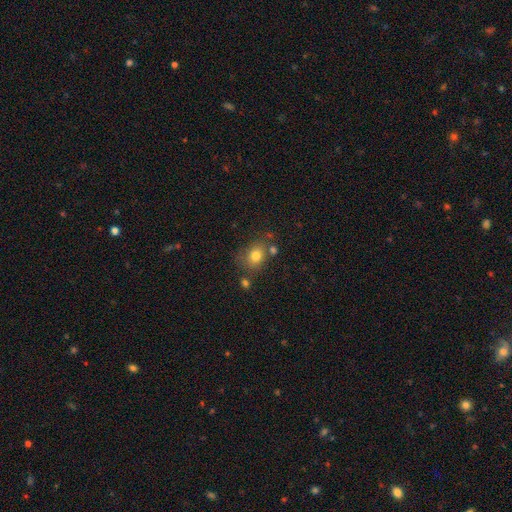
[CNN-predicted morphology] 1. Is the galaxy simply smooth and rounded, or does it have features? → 78% smooth, 11% star or artifact, 11% featured or disk.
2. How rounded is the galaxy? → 51% in between, 47% round, 1% cigar-shaped.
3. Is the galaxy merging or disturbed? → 65% none, 18% minor disturbance, 11% merger, 6% major disturbance.